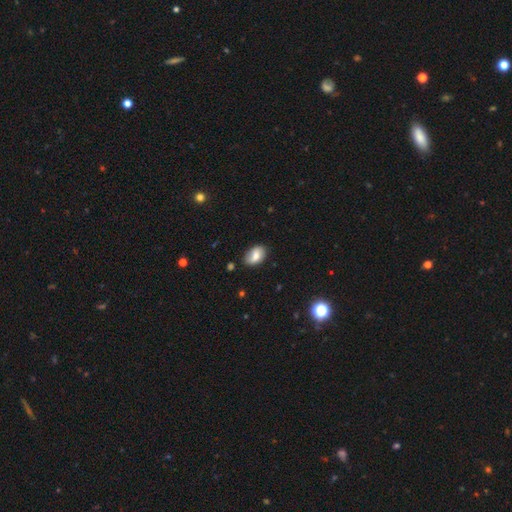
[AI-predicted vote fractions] Q: Smooth or featured?
A: smooth (73%); runner-up: featured or disk (19%)
Q: How rounded?
A: in between (89%); runner-up: round (10%)
Q: Merging?
A: none (73%); runner-up: minor disturbance (21%)